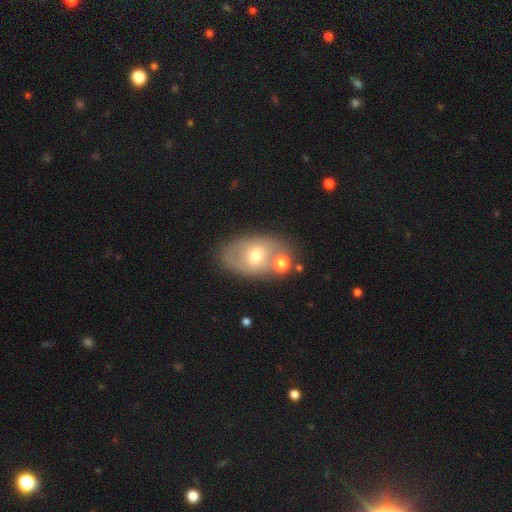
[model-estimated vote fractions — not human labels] This is possibly a smooth galaxy (51%). How rounded: clearly in between (83%). Merging: likely none (65%).